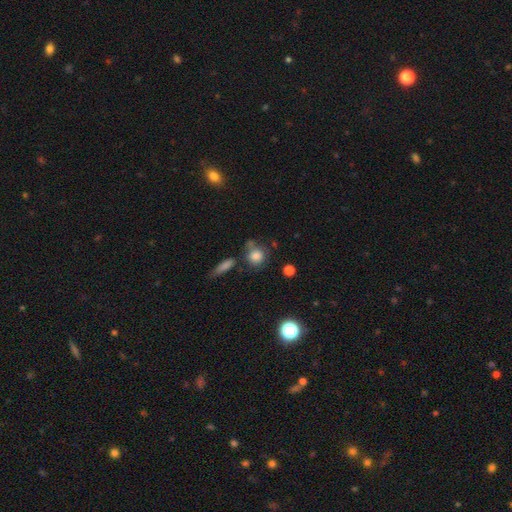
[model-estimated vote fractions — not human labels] A smooth galaxy with no disk features (79%) that is round (79%).

Vote fractions:
- Smooth or featured? smooth: 79% / star or artifact: 11% / featured or disk: 10%
- How rounded? round: 79% / in between: 19% / cigar-shaped: 2%
- Merging? none: 59% / minor disturbance: 18% / merger: 15% / major disturbance: 8%